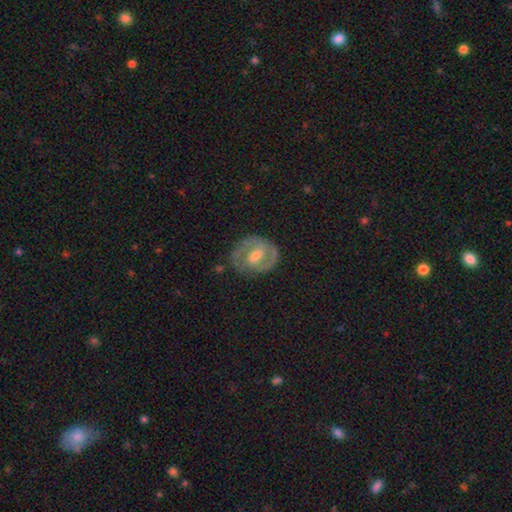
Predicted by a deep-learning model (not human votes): Smooth or featured? Predicted: featured or disk (p=0.73). Edge-on disk? Predicted: no (p=0.97). Bar? Predicted: weak (p=0.50). Spiral arms? Predicted: yes (p=0.78). Spiral winding? Predicted: tight (p=0.48). Spiral arm count? Predicted: 2 (p=0.75). Bulge size? Predicted: moderate (p=0.61). Merging? Predicted: none (p=0.74).